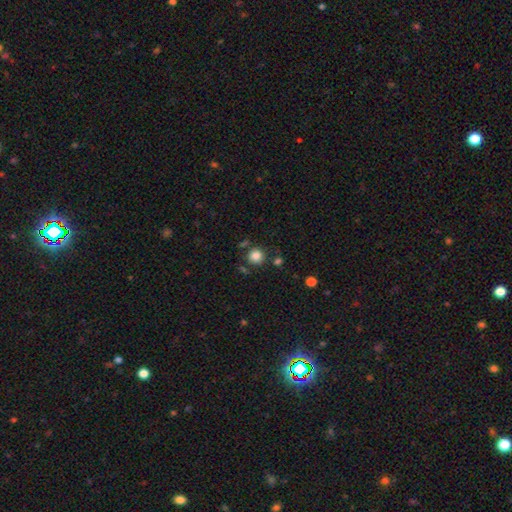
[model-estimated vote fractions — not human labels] This is clearly a smooth galaxy (84%). How rounded: clearly round (92%). Merging: clearly none (81%).